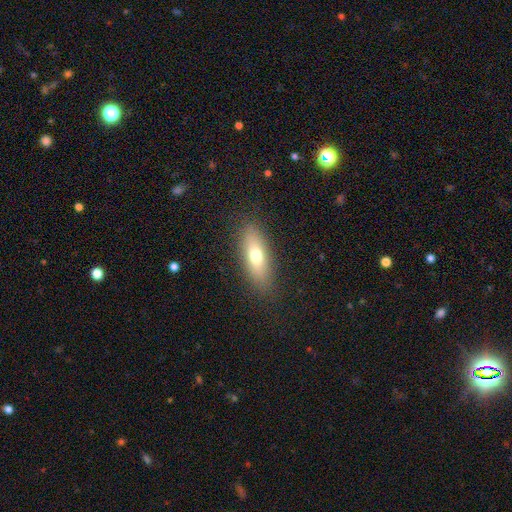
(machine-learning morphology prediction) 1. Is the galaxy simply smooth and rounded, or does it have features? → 69% smooth, 23% featured or disk, 8% star or artifact.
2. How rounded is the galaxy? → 62% in between, 35% cigar-shaped, 4% round.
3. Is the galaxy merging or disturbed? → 87% none, 9% minor disturbance, 3% major disturbance, 1% merger.